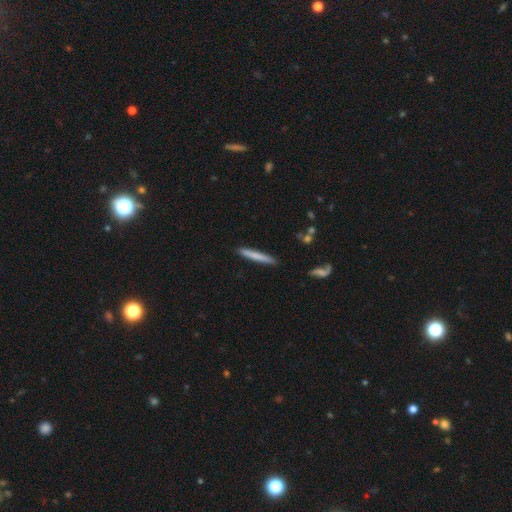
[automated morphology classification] Smooth or featured: smooth — 73% (featured or disk — 21%)
How rounded: cigar-shaped — 96% (in between — 3%)
Merging: none — 90% (minor disturbance — 7%)